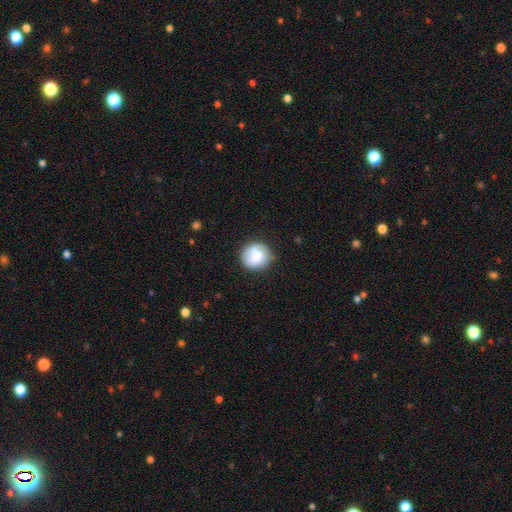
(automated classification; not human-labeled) The model was most divided on "merging": none: 80%, minor disturbance: 15%, major disturbance: 3%, merger: 2%. More confident: how rounded — round (92%); smooth or featured — smooth (83%).